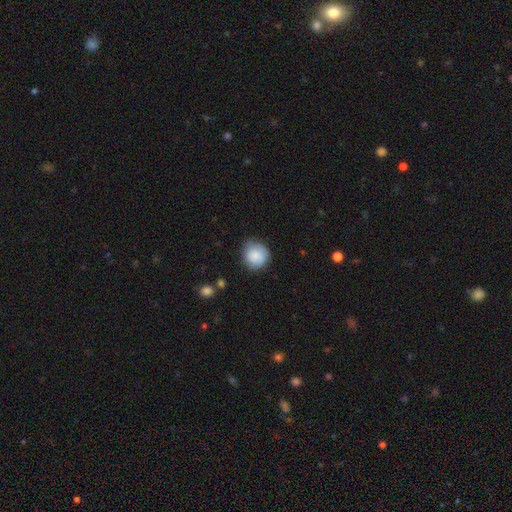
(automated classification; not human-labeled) This appears to be a smooth galaxy with no disk features (82%) that is round (89%). Merging: none (73%).